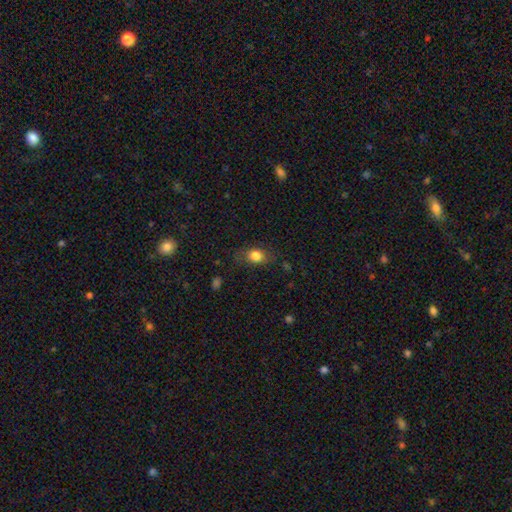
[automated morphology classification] type=smooth (81%); roundness=in between (65%); merging=none (74%).